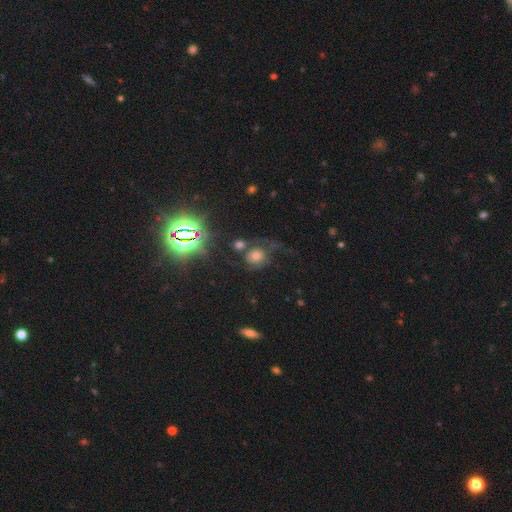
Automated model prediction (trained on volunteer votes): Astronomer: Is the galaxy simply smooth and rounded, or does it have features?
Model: smooth — 37%, tied with star or artifact at 37%.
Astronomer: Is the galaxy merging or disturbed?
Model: none — 49%.